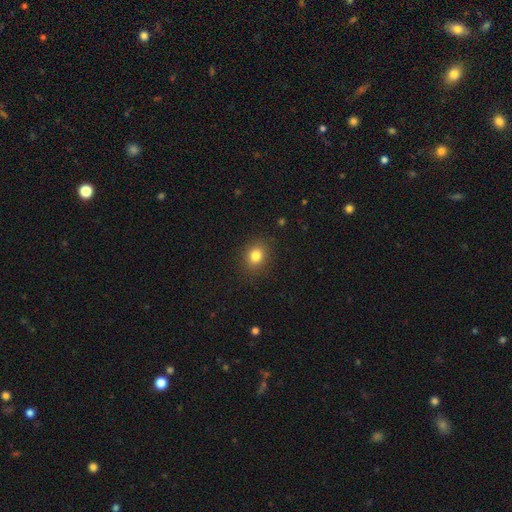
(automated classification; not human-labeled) Smooth or featured? smooth (82%)
How rounded? round (65%)
Merging? none (88%)